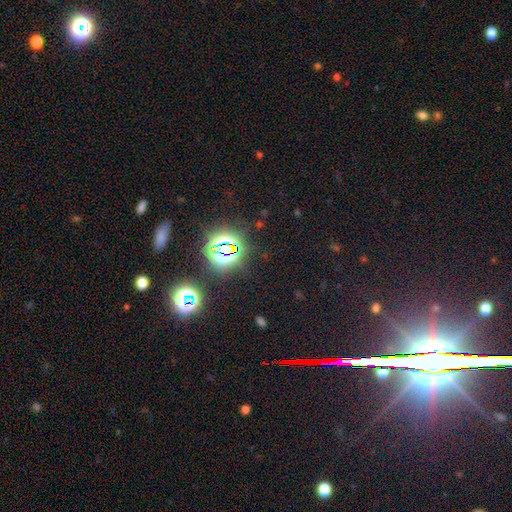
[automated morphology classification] A star or artifact, not a galaxy (82%).

Vote fractions:
- Smooth or featured? star or artifact: 82% / smooth: 10% / featured or disk: 8%